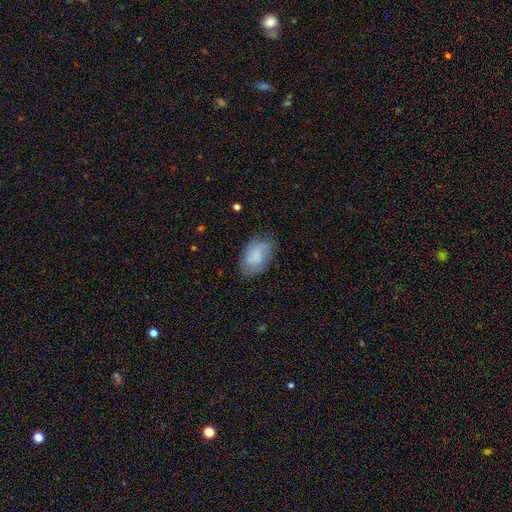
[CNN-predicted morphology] smooth 63%, featured or disk 28%, star or artifact 8%. Down the decision tree: how rounded — in between (90%); merging — none (69%).